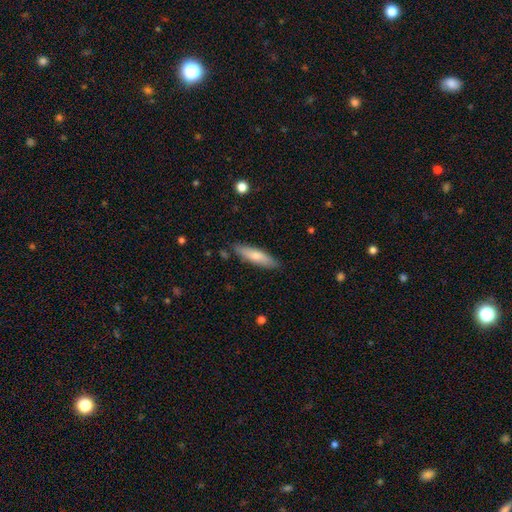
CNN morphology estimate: smooth_or_featured: smooth (p=0.72) [alt: featured or disk p=0.22]
how_rounded: cigar-shaped (p=0.66) [alt: in between p=0.32]
merging: none (p=0.84) [alt: minor disturbance p=0.12]